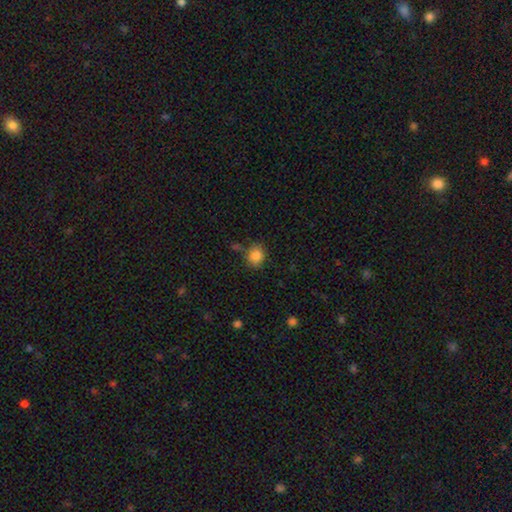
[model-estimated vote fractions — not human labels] Smooth or featured? smooth (85%)
How rounded? round (69%)
Merging? none (74%)